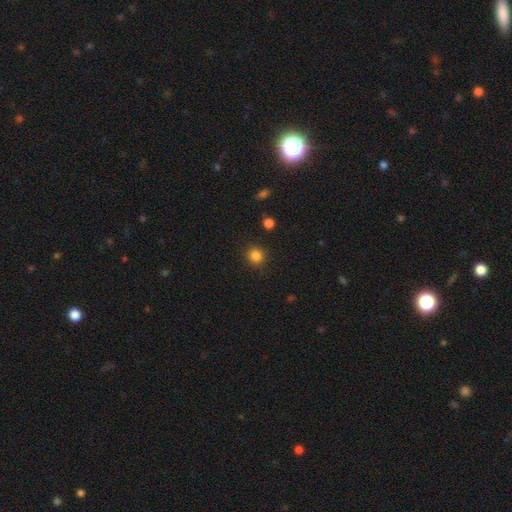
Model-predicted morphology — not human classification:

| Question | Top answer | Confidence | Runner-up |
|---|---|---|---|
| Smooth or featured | smooth | 84% | star or artifact (12%) |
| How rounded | round | 88% | in between (11%) |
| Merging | none | 89% | minor disturbance (7%) |